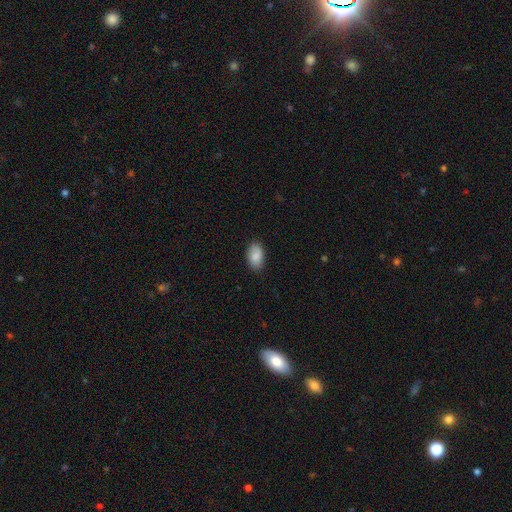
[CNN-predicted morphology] smooth 87%, star or artifact 6%, featured or disk 6%. Down the decision tree: how rounded — in between (92%); merging — none (86%).